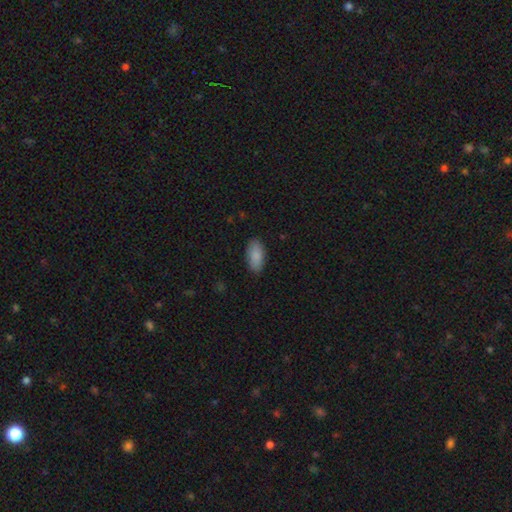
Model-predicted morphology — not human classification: A smooth galaxy with no disk features (89%) that is in between round and cigar-shaped (92%).

Vote fractions:
- Smooth or featured? smooth: 89% / star or artifact: 6% / featured or disk: 5%
- How rounded? in between: 92% / cigar-shaped: 6% / round: 2%
- Merging? none: 86% / minor disturbance: 11% / major disturbance: 2% / merger: 1%